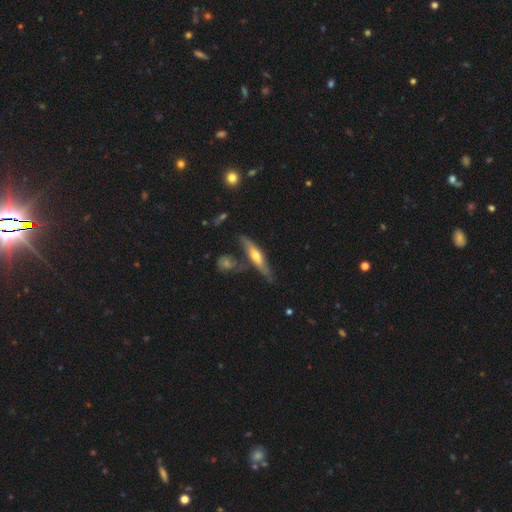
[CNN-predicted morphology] Smooth or featured: featured or disk — 57% (smooth — 37%)
Edge-on disk: yes — 85% (no — 15%)
Merging: none — 64% (minor disturbance — 19%)